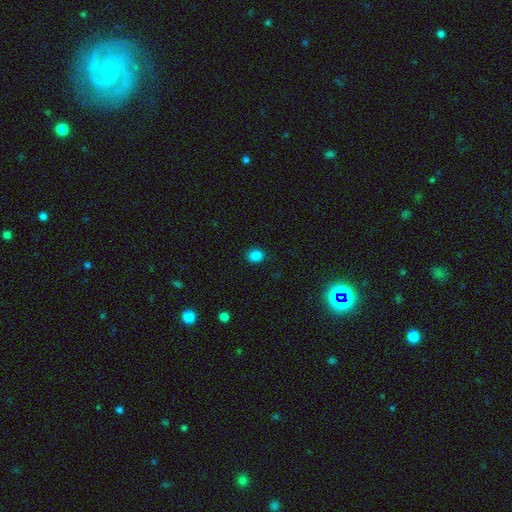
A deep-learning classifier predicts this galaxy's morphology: smooth 85%, star or artifact 11%, featured or disk 3%. Down the decision tree: how rounded — round (59%); merging — none (89%).